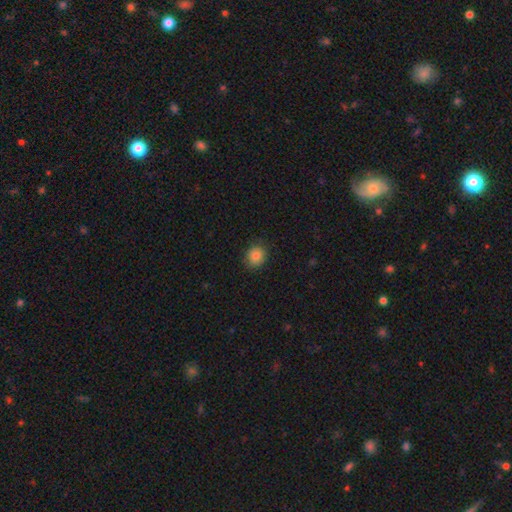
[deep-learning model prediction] smooth_or_featured: smooth (p=0.84) [alt: star or artifact p=0.10]
how_rounded: round (p=0.79) [alt: in between p=0.20]
merging: none (p=0.86) [alt: minor disturbance p=0.10]